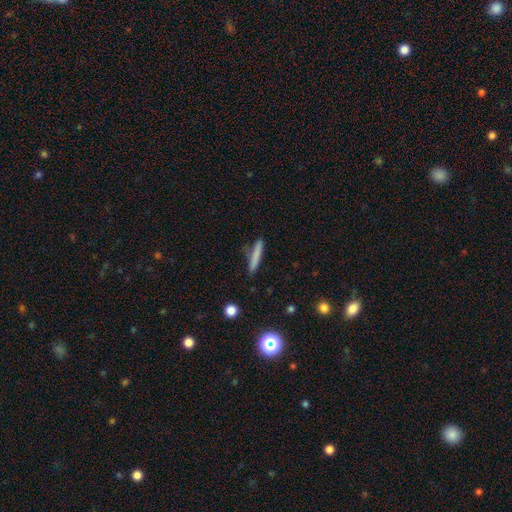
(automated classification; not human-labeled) Smooth or featured? Predicted: smooth (p=0.77). How rounded? Predicted: cigar-shaped (p=0.94). Merging? Predicted: none (p=0.83).